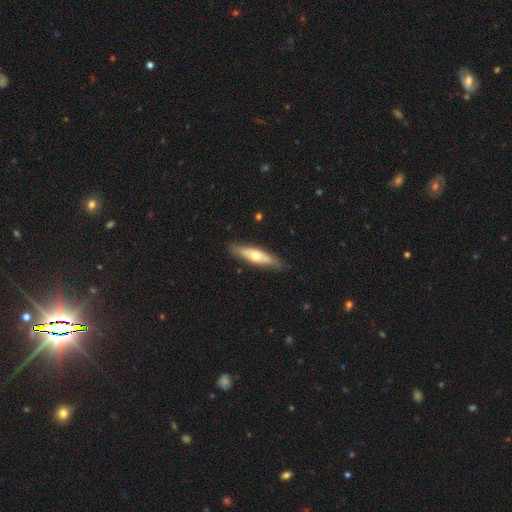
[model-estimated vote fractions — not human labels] Q: Smooth or featured?
A: smooth (48%); runner-up: featured or disk (47%)
Q: Merging?
A: none (83%); runner-up: minor disturbance (13%)